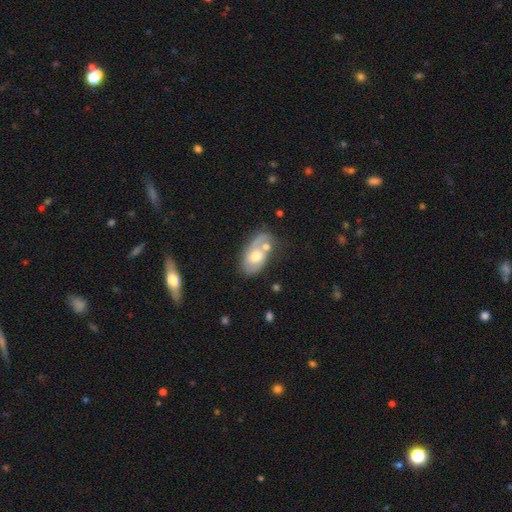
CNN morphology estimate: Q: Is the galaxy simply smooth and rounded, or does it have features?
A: featured or disk — 48%.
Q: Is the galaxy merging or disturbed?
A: merger — 40%.